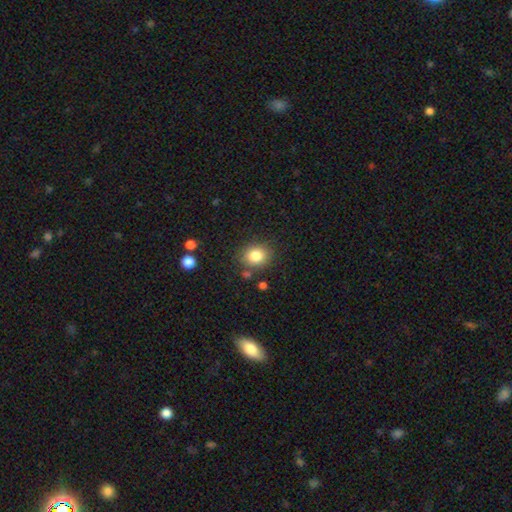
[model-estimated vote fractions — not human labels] Morphology: type=smooth (83%); roundness=round (67%); merging=none (81%).